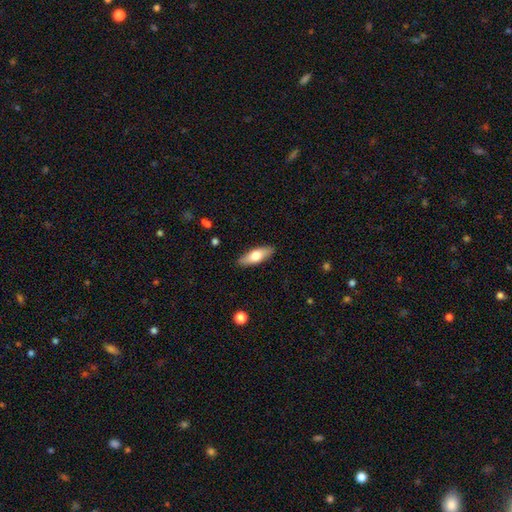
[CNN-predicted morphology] type=smooth (66%); roundness=in between (63%); merging=none (88%).